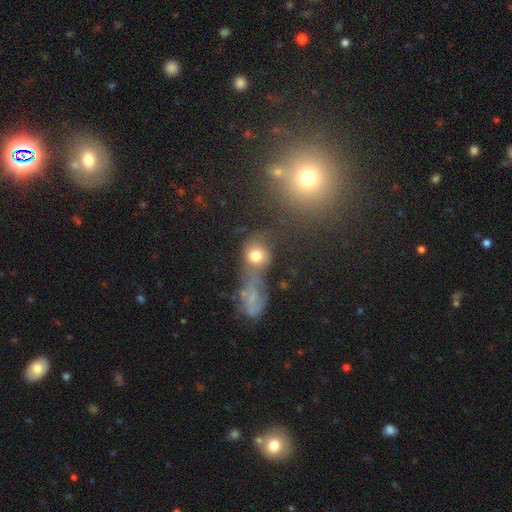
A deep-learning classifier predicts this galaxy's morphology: Smooth or featured?
  - smooth: 68% *
  - featured or disk: 17%
  - star or artifact: 16%
How rounded?
  - round: 76% *
  - in between: 22%
  - cigar-shaped: 2%
Merging?
  - merger: 38% *
  - none: 37%
  - major disturbance: 13%
  - minor disturbance: 13%